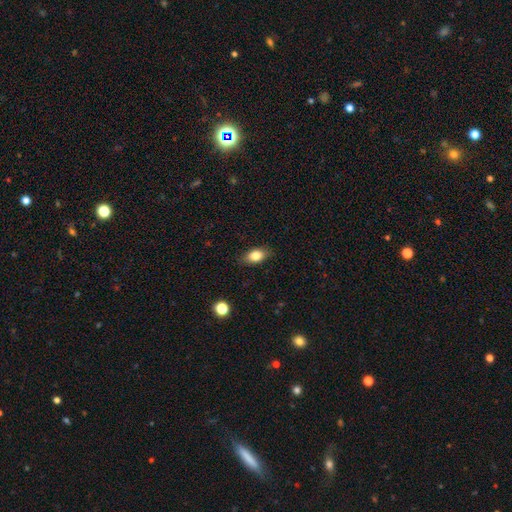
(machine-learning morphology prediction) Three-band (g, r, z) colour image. It shows a smooth galaxy with no disk features (81%) that is in between round and cigar-shaped (85%). Merging: none (84%).